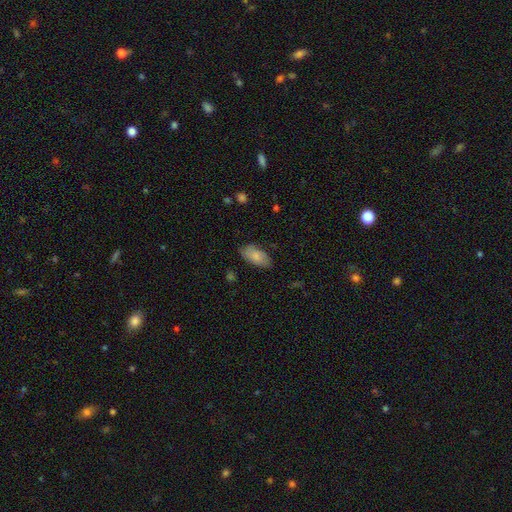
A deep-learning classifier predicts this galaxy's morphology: type=smooth (78%); roundness=in between (93%); merging=none (76%).